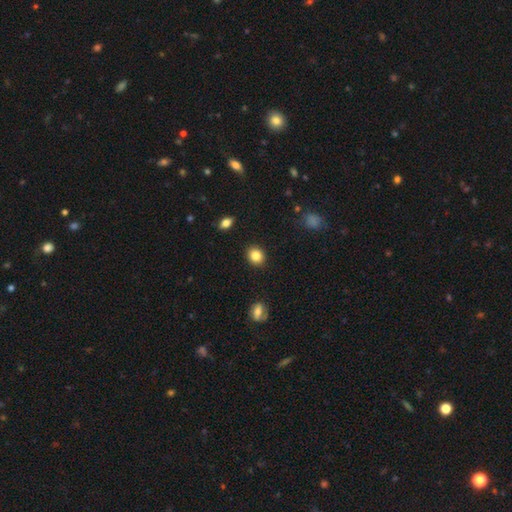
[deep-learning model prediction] smooth-or-featured: smooth: 85% | star or artifact: 9% | featured or disk: 6%
  how-rounded: round: 67% | in between: 32% | cigar-shaped: 1%
  merging: none: 90% | minor disturbance: 6% | major disturbance: 2% | merger: 1%